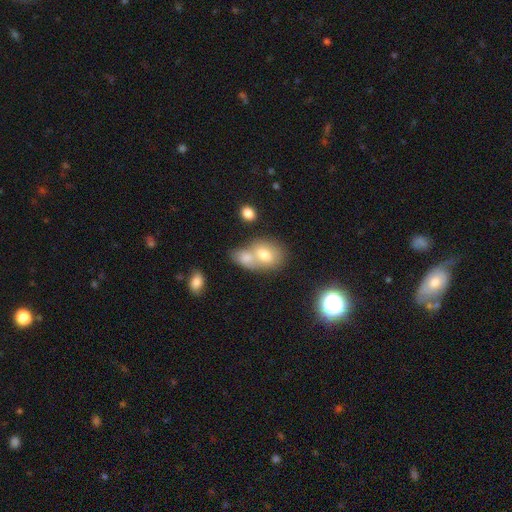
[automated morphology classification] Smooth or featured? Predicted: smooth (p=0.64). How rounded? Predicted: in between (p=0.56). Merging? Predicted: merger (p=0.60).